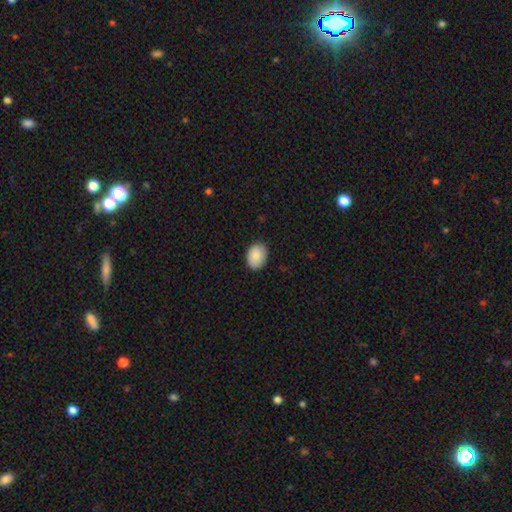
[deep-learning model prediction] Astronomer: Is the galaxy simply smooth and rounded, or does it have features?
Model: smooth — 89%.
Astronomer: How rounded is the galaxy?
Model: in between — 74%.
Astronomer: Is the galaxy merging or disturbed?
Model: none — 86%.